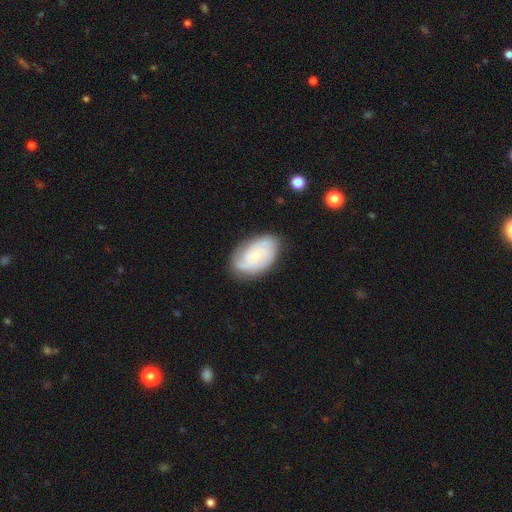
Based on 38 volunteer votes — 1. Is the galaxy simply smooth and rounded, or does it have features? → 87% featured or disk, 13% smooth, 0% star or artifact.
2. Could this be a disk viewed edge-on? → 100% no, 0% yes.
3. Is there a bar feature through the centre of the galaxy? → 88% no, 12% weak, 0% strong.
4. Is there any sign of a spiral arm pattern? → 97% yes, 3% no.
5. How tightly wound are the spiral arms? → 72% tight, 25% medium, 3% loose.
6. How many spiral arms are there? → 47% 2, 28% can't tell, 25% 3, 0% 1, 0% 4, 0% more than 4.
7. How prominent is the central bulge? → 64% moderate, 36% small, 0% dominant, 0% large, 0% none.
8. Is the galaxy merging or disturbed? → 79% none, 11% minor disturbance, 11% major disturbance, 0% merger.